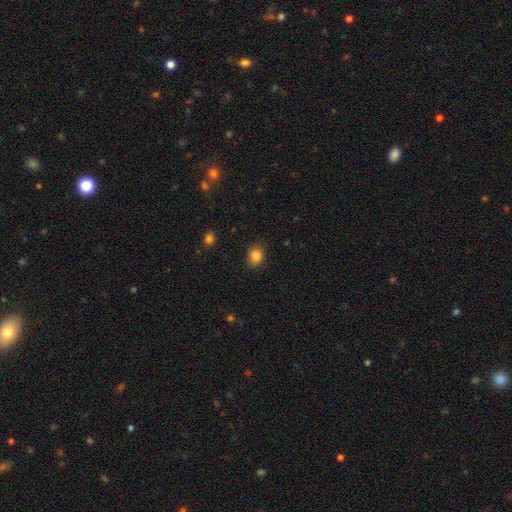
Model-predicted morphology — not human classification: This appears to be a smooth galaxy with no disk features (85%) that is in between round and cigar-shaped (51%). Merging: none (82%).